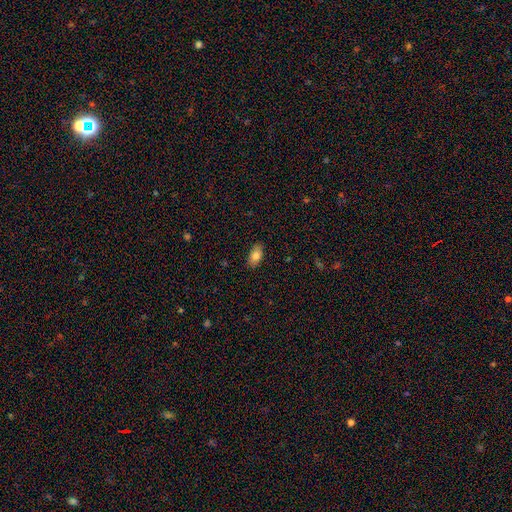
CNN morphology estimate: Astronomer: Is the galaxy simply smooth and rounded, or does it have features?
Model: smooth — 84%.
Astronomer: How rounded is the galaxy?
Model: in between — 92%.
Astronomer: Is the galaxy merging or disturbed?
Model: none — 86%.